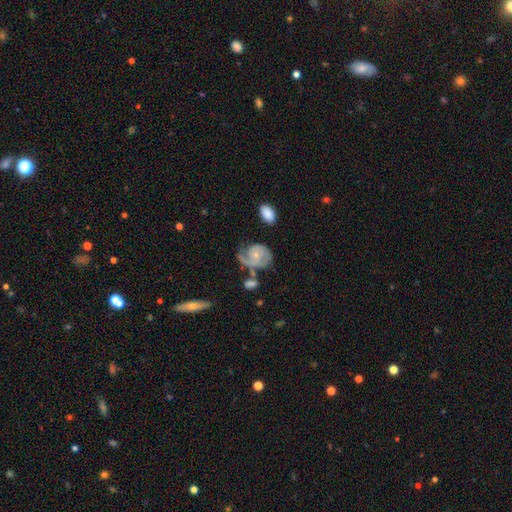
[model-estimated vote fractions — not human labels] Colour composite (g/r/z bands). It shows a featured or disk galaxy (74%) with no bar (73%), 1 (41%) medium (40%) spiral arms (91%) and a small central bulge (68%). Merging: none (42%).